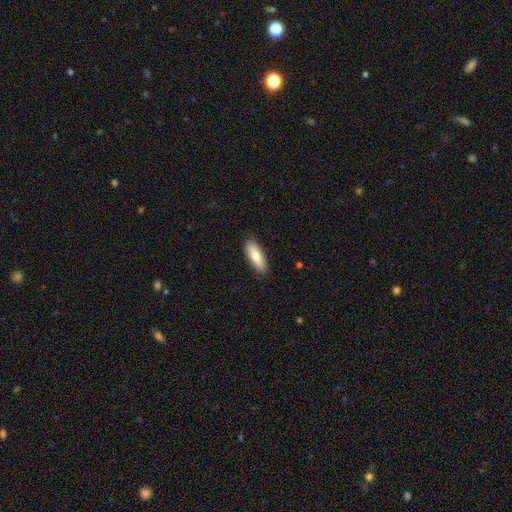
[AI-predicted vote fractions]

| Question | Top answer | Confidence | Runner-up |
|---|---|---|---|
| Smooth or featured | smooth | 79% | featured or disk (15%) |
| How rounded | in between | 61% | cigar-shaped (37%) |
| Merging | none | 89% | minor disturbance (9%) |